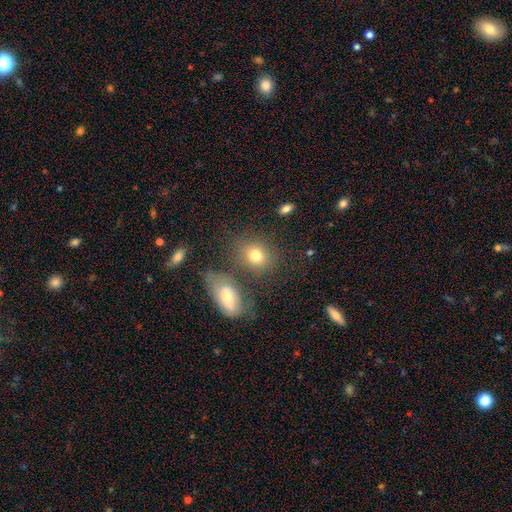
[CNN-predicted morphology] smooth_or_featured: smooth (p=0.77) [alt: star or artifact p=0.12]
how_rounded: round (p=0.51) [alt: in between p=0.47]
merging: none (p=0.64) [alt: merger p=0.17]